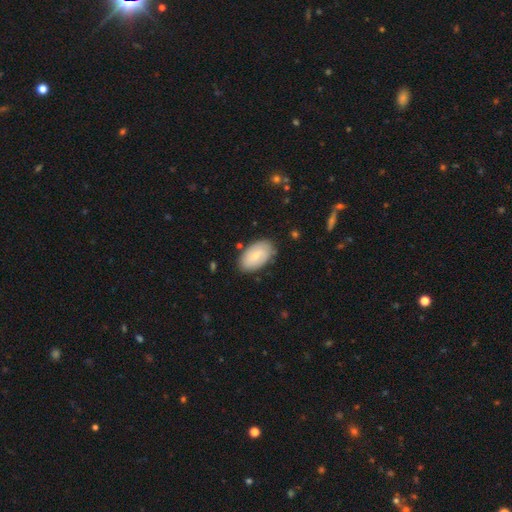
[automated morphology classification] smooth_or_featured: smooth (p=0.63) [alt: featured or disk p=0.31]
how_rounded: in between (p=0.94) [alt: round p=0.05]
merging: none (p=0.80) [alt: minor disturbance p=0.15]